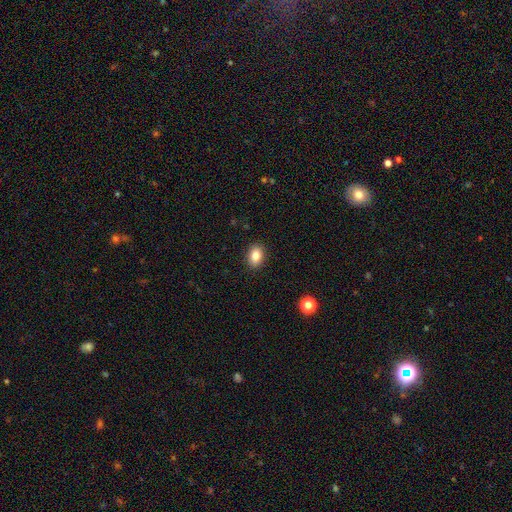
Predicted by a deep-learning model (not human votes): smooth_or_featured: smooth (p=0.84) [alt: star or artifact p=0.09]
how_rounded: in between (p=0.77) [alt: round p=0.22]
merging: none (p=0.90) [alt: minor disturbance p=0.07]